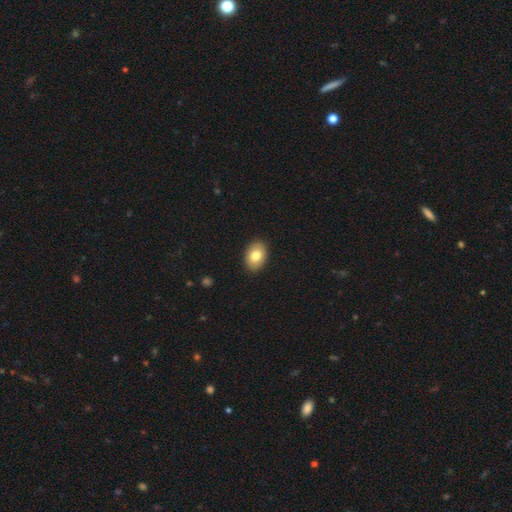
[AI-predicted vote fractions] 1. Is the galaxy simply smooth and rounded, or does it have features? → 79% smooth, 13% featured or disk, 8% star or artifact.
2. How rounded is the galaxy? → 80% in between, 19% round, 1% cigar-shaped.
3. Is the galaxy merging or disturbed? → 90% none, 8% minor disturbance, 2% major disturbance, 1% merger.